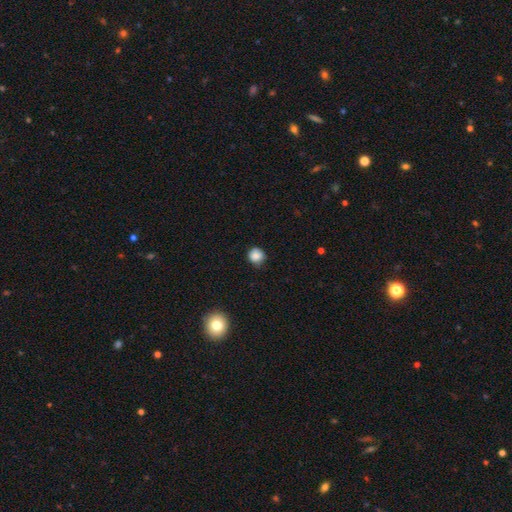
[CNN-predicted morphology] This appears to be a smooth galaxy with no disk features (85%) that is round (86%). Merging: none (74%).